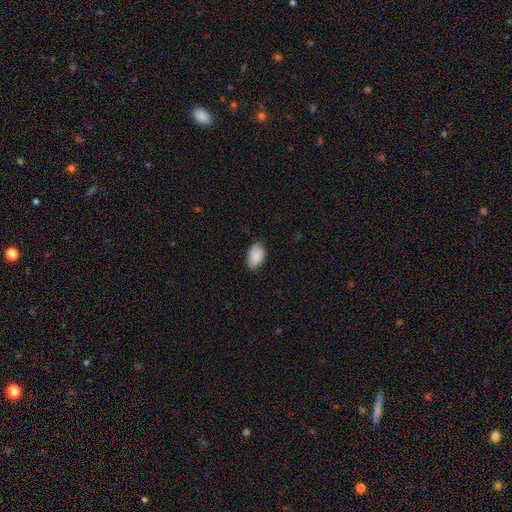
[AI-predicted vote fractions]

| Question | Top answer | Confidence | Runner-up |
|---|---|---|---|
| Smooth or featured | smooth | 85% | featured or disk (8%) |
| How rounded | in between | 92% | round (6%) |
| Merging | none | 79% | minor disturbance (18%) |